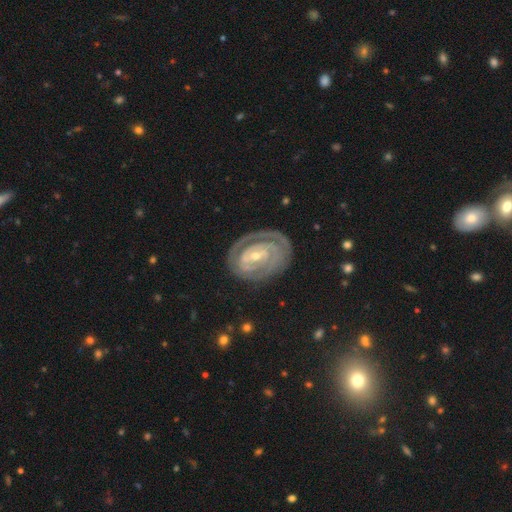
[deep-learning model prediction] Smooth or featured? Predicted: featured or disk (p=0.87). Edge-on disk? Predicted: no (p=0.97). Bar? Predicted: weak (p=0.40). Spiral arms? Predicted: yes (p=0.91). Spiral winding? Predicted: tight (p=0.82). Spiral arm count? Predicted: 2 (p=0.47). Bulge size? Predicted: small (p=0.66). Merging? Predicted: none (p=0.74).